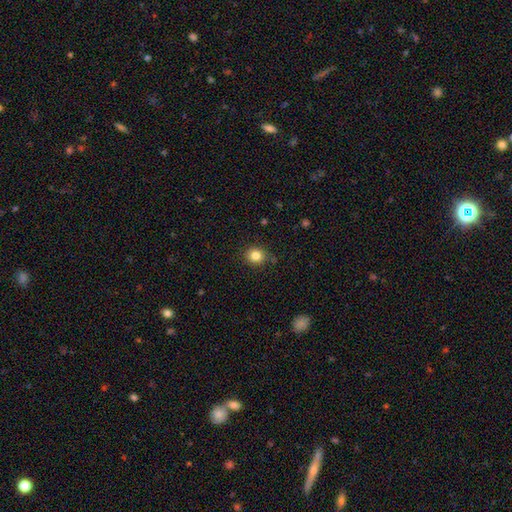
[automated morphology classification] Smooth or featured? smooth (83%)
How rounded? round (87%)
Merging? none (87%)